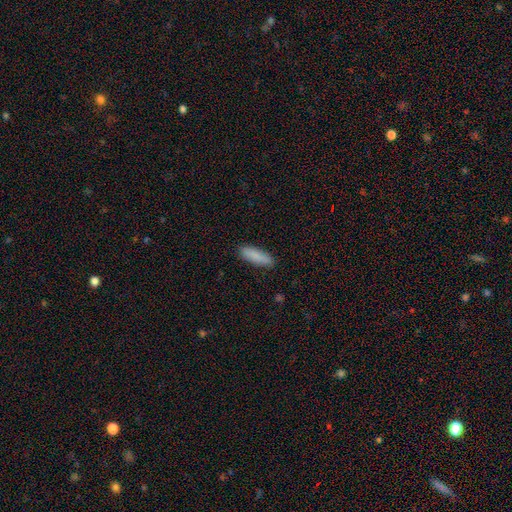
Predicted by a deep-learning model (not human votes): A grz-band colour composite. It shows a smooth galaxy with no disk features (87%) that is cigar-shaped (54%). Merging: none (86%).